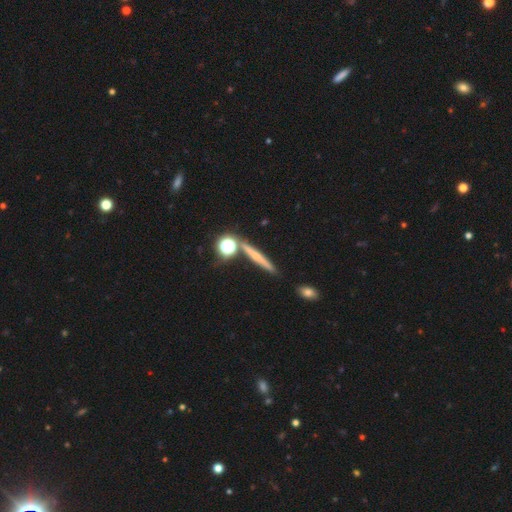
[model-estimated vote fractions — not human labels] This is marginally a featured or disk galaxy (45%). Merging: likely none (80%).